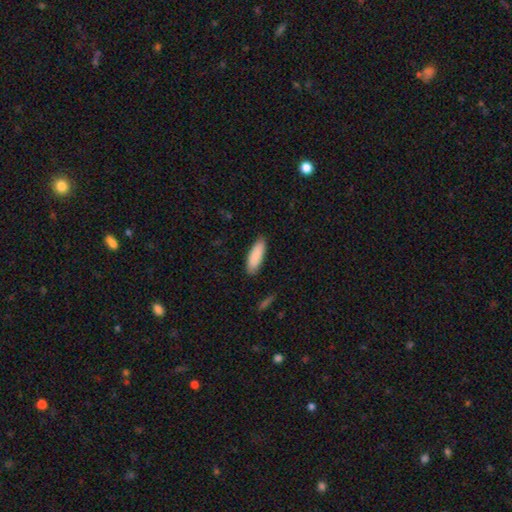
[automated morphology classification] Smooth or featured? smooth (89%)
How rounded? in between (58%)
Merging? none (86%)